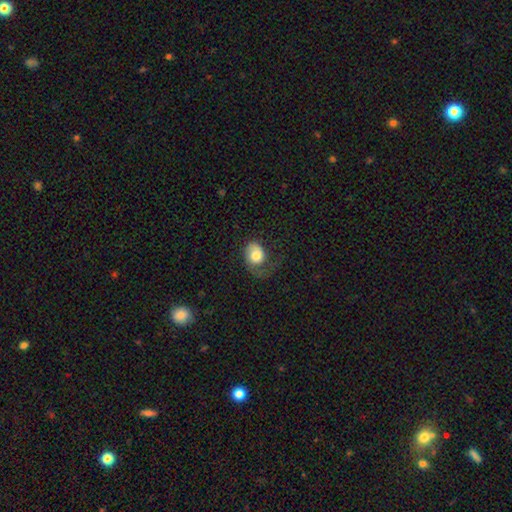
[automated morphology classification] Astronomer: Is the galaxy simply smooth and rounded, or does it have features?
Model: smooth — 65%.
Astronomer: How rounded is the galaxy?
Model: in between — 53% (runner-up: round, 46%).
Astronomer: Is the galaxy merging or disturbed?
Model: major disturbance — 38% (runner-up: none, 34%).